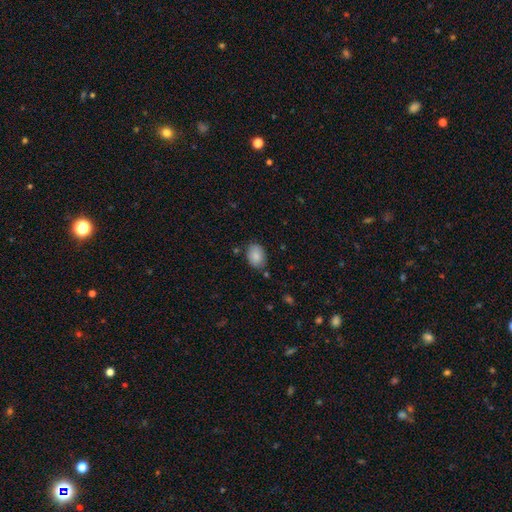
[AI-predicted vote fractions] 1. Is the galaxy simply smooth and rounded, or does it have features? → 85% smooth, 8% featured or disk, 7% star or artifact.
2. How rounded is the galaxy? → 80% in between, 19% round, 1% cigar-shaped.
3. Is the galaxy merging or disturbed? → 77% none, 17% minor disturbance, 3% major disturbance, 3% merger.